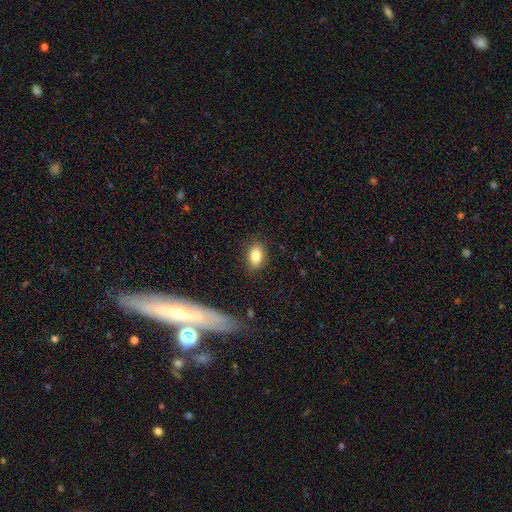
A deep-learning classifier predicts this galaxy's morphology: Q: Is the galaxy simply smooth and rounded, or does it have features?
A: smooth — 84%.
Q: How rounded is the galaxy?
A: in between — 86%.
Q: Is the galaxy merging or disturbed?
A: none — 85%.